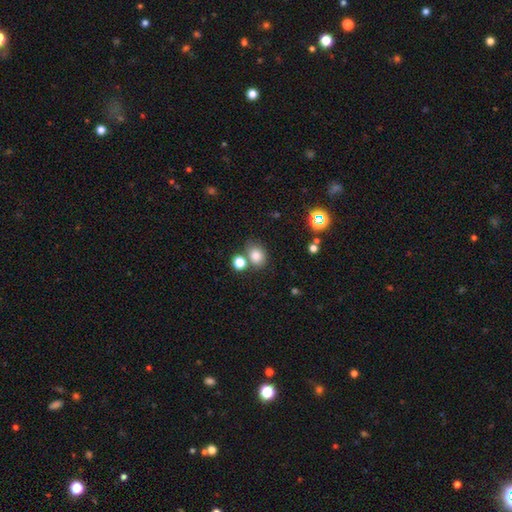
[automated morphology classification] This is clearly a smooth galaxy (81%). How rounded: possibly round (58%). Merging: likely none (63%).